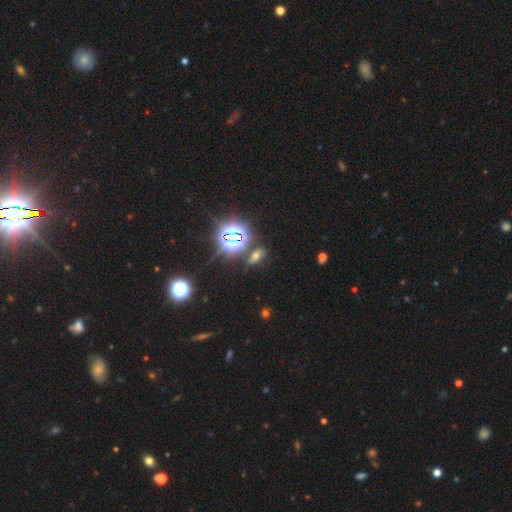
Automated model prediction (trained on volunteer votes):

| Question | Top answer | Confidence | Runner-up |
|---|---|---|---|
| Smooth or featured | star or artifact | 53% | smooth (30%) |